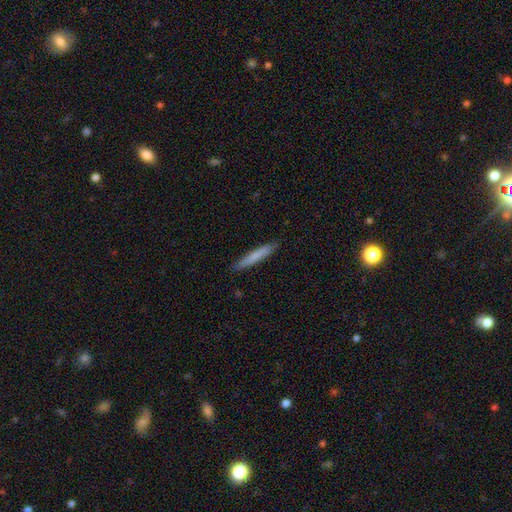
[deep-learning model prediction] A smooth galaxy with no disk features (75%) that is cigar-shaped (95%).

Vote fractions:
- Smooth or featured? smooth: 75% / featured or disk: 19% / star or artifact: 6%
- How rounded? cigar-shaped: 95% / in between: 4% / round: 1%
- Merging? none: 90% / minor disturbance: 8% / major disturbance: 2% / merger: 1%